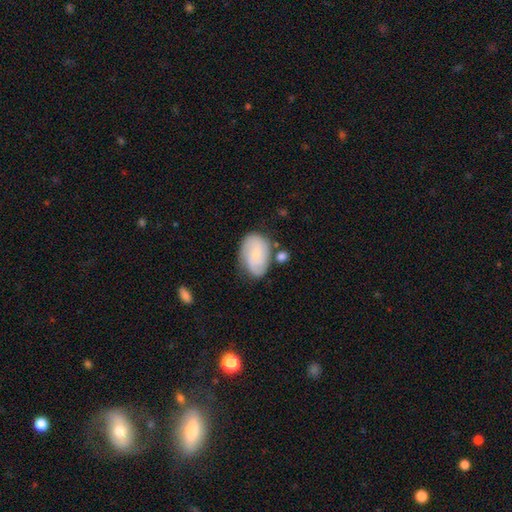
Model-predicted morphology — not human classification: Smooth or featured? Predicted: featured or disk (p=0.49). Merging? Predicted: none (p=0.61).